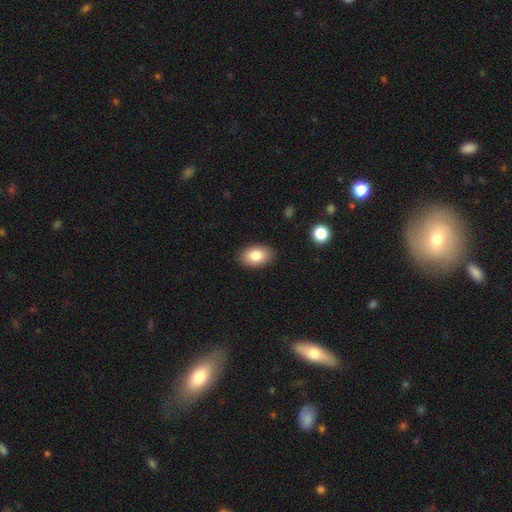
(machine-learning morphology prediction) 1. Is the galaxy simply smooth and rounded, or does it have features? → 83% smooth, 10% featured or disk, 7% star or artifact.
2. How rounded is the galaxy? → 90% in between, 9% round, 1% cigar-shaped.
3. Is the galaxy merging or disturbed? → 88% none, 9% minor disturbance, 2% major disturbance, 1% merger.